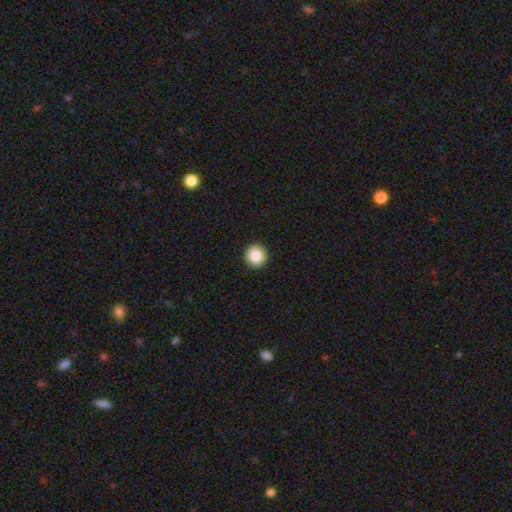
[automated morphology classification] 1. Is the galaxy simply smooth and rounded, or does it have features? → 85% smooth, 9% star or artifact, 6% featured or disk.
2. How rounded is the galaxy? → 95% round, 4% in between, 1% cigar-shaped.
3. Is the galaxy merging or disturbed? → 93% none, 5% minor disturbance, 1% major disturbance, 1% merger.